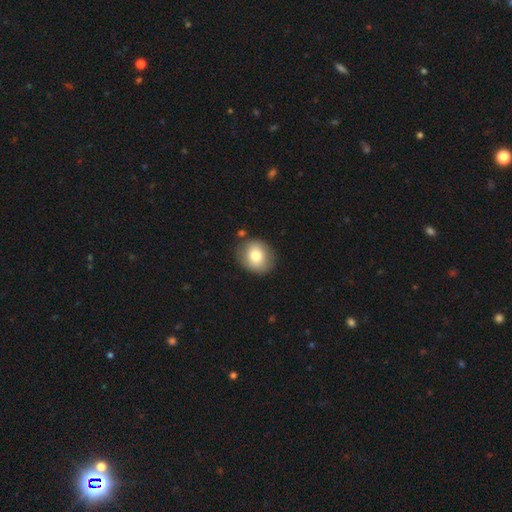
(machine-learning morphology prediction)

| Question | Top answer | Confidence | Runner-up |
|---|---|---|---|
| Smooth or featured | smooth | 78% | featured or disk (14%) |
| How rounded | round | 70% | in between (29%) |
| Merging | none | 82% | minor disturbance (12%) |